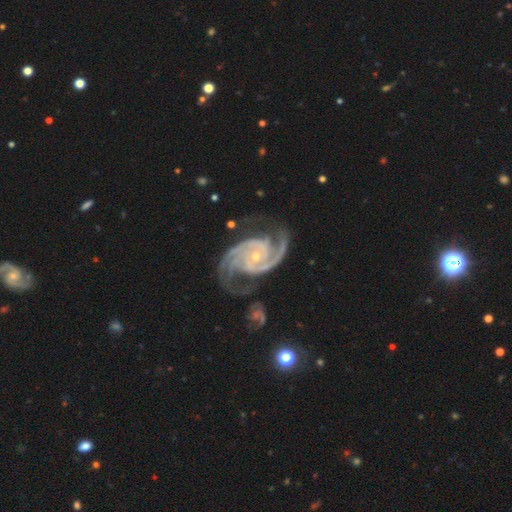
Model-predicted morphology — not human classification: Smooth or featured?
  - featured or disk: 94% *
  - star or artifact: 4%
  - smooth: 2%
Edge-on disk?
  - no: 98% *
  - yes: 2%
Bar?
  - no: 62% *
  - weak: 26%
  - strong: 12%
Spiral arms?
  - yes: 99% *
  - no: 1%
Spiral winding?
  - tight: 48% *
  - medium: 45%
  - loose: 7%
Spiral arm count?
  - 2: 52% *
  - 3: 28%
  - 4: 6%
  - can't tell: 5%
  - more than 4: 4%
  - 1: 4%
Bulge size?
  - small: 72% *
  - moderate: 24%
  - none: 1%
  - large: 1%
  - dominant: 1%
Merging?
  - none: 60% *
  - minor disturbance: 22%
  - major disturbance: 13%
  - merger: 5%